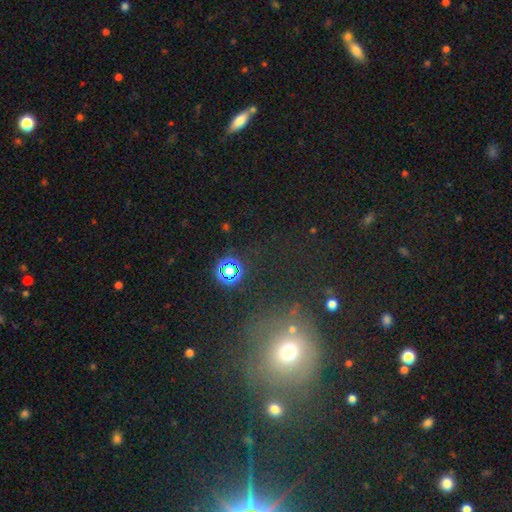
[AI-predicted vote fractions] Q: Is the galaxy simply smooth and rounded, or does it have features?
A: star or artifact — 46%.